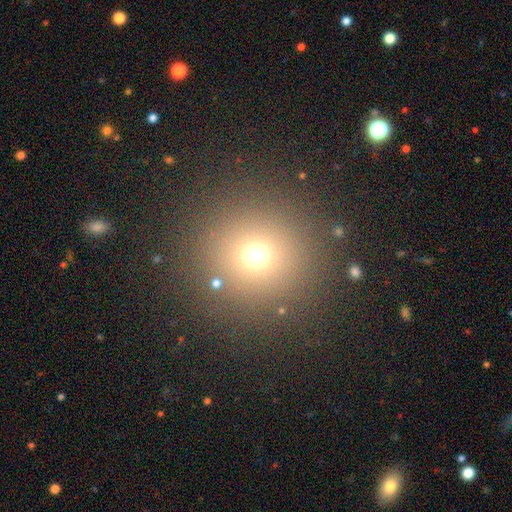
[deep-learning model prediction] A smooth galaxy with no disk features (67%) that is round (94%).

Vote fractions:
- Smooth or featured? smooth: 67% / star or artifact: 23% / featured or disk: 9%
- How rounded? round: 94% / in between: 5% / cigar-shaped: 1%
- Merging? none: 87% / minor disturbance: 6% / major disturbance: 4% / merger: 3%